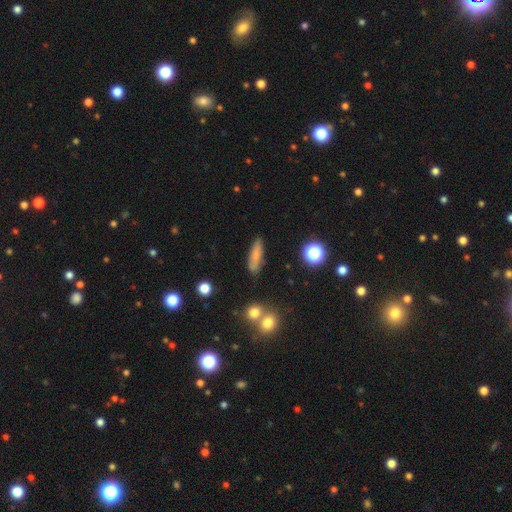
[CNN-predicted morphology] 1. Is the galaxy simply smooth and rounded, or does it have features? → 72% smooth, 18% featured or disk, 10% star or artifact.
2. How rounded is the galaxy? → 62% cigar-shaped, 33% in between, 4% round.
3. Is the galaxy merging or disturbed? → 76% none, 15% minor disturbance, 5% merger, 4% major disturbance.